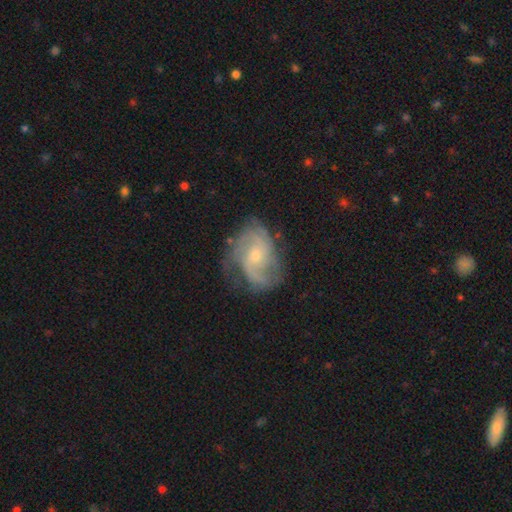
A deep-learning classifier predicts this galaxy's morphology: Overall: featured or disk (82%). Edge-on disk: no (97%). Bar: no (64%; weak 31%). Spiral arms: yes (95%). Spiral arm count: 2 (46%; can't tell 21%). Spiral winding: medium (47%; tight 32%). Bulge size: small (62%; moderate 34%). Merging: none (63%; minor disturbance 24%).